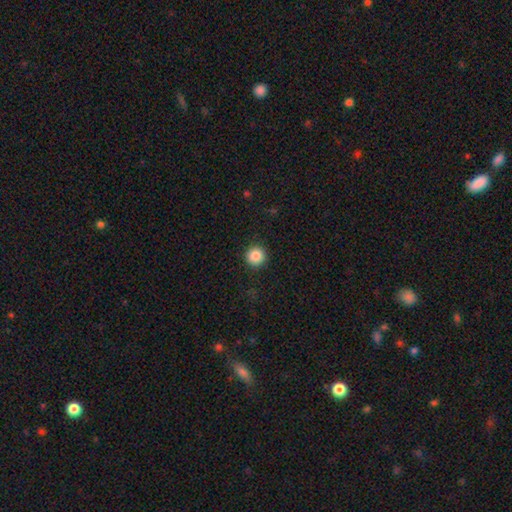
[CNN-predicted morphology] Overall: smooth (87%). How rounded: round (95%). Merging: none (92%).